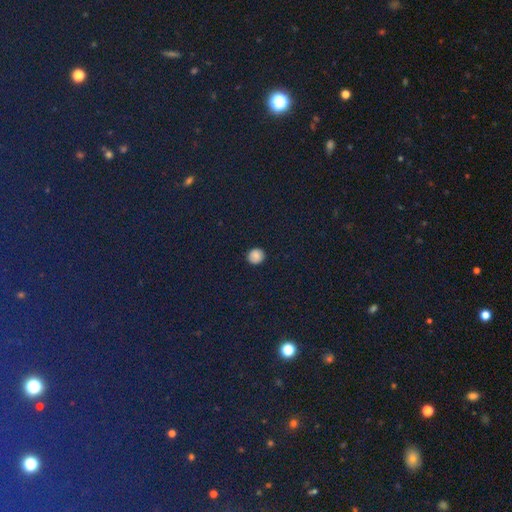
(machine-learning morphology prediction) Smooth or featured? Predicted: smooth (p=0.80). How rounded? Predicted: round (p=0.86). Merging? Predicted: none (p=0.89).